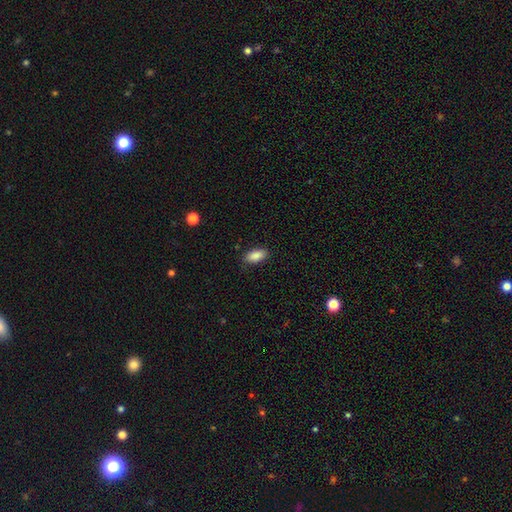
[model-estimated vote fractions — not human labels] This appears to be a smooth galaxy with no disk features (88%) that is in between round and cigar-shaped (90%). Merging: none (86%).